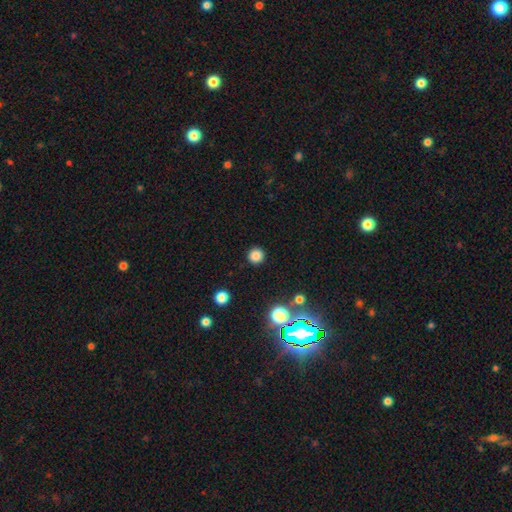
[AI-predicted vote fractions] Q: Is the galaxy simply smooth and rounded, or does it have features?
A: smooth — 83%.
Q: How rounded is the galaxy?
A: round — 95%.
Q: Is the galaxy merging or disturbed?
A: none — 92%.